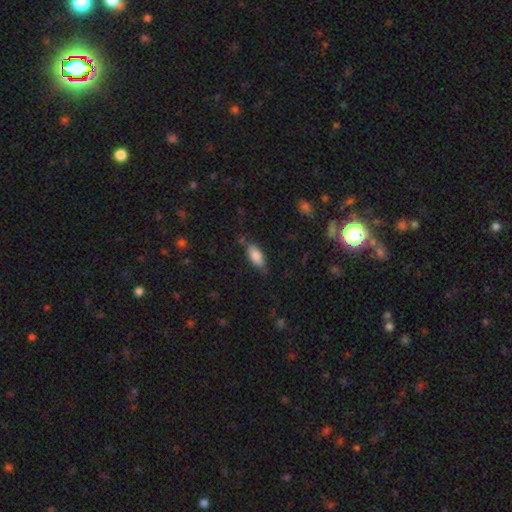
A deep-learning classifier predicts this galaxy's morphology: The model was most divided on "merging": none: 64%, minor disturbance: 26%, major disturbance: 7%, merger: 3%. More confident: how rounded — in between (80%); smooth or featured — smooth (79%).